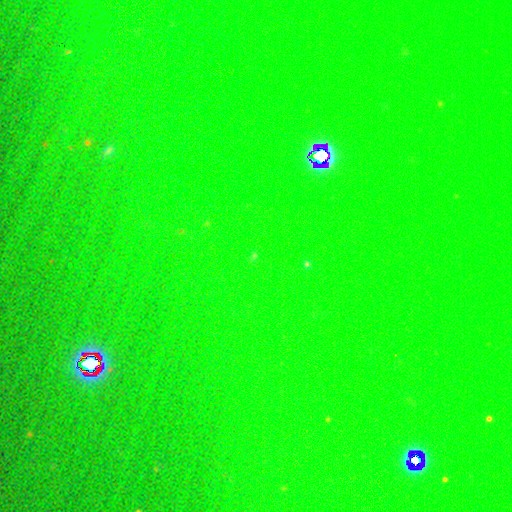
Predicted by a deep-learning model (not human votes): Smooth or featured? Predicted: star or artifact (p=0.77).